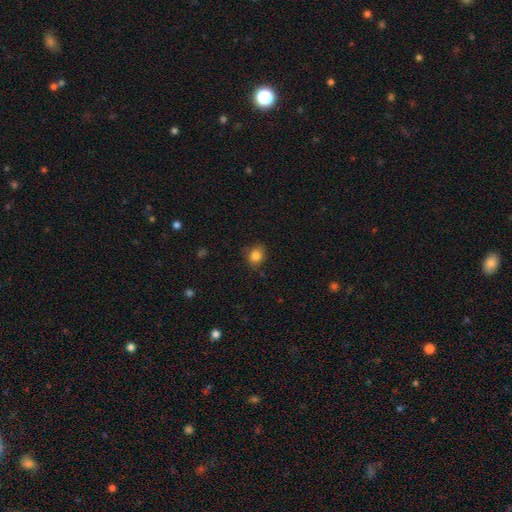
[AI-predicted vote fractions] Morphology: type=smooth (84%); roundness=round (72%); merging=none (80%).